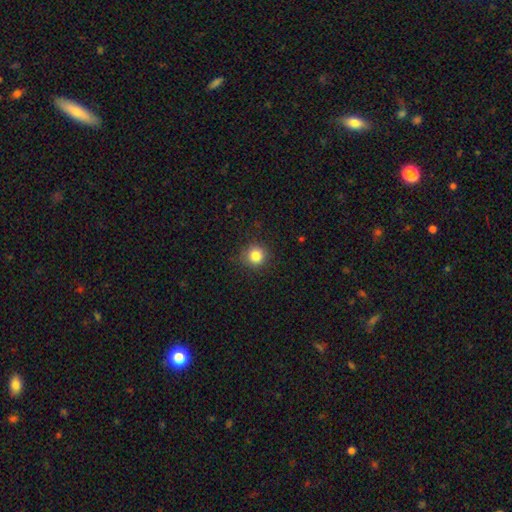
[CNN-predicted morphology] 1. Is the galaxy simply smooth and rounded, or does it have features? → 84% smooth, 11% star or artifact, 5% featured or disk.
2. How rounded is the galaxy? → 93% round, 6% in between, 1% cigar-shaped.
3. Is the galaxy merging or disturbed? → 88% none, 8% minor disturbance, 2% major disturbance, 1% merger.